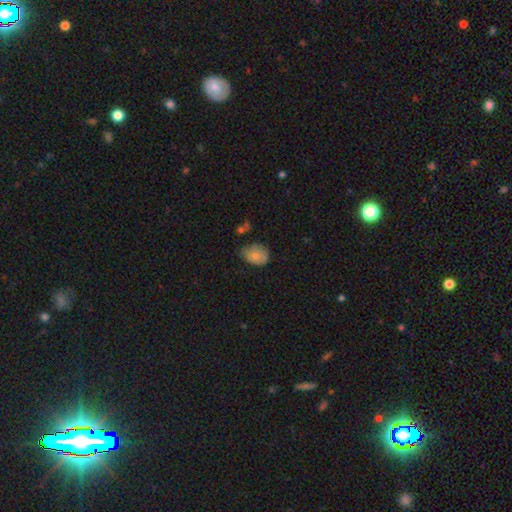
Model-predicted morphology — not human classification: type=smooth (80%); roundness=in between (65%); merging=none (49%).